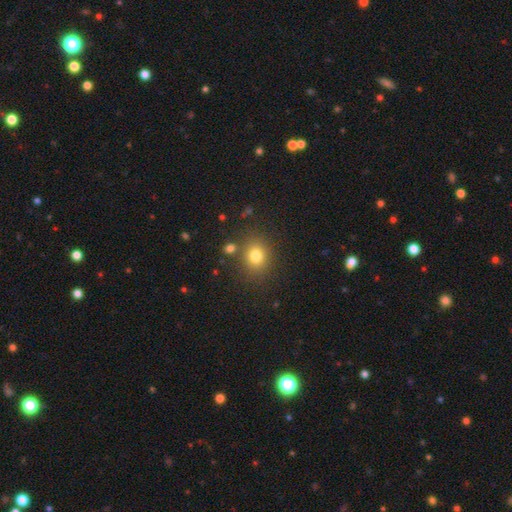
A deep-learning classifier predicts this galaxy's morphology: This is likely a smooth galaxy (79%). How rounded: likely round (68%). Merging: likely none (80%).